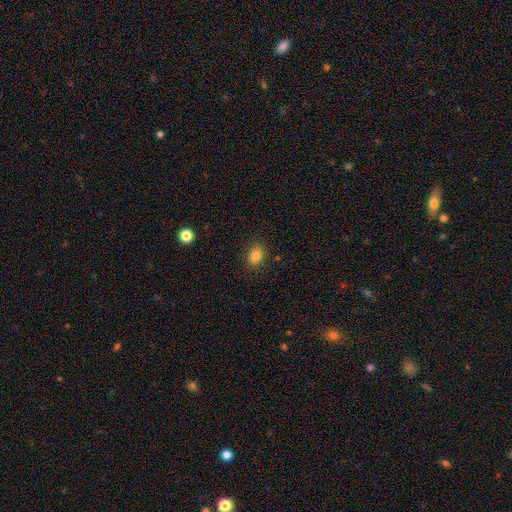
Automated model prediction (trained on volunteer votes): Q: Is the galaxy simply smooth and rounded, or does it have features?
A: smooth — 82%.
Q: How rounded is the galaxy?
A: in between — 63%.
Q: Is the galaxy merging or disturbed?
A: none — 87%.